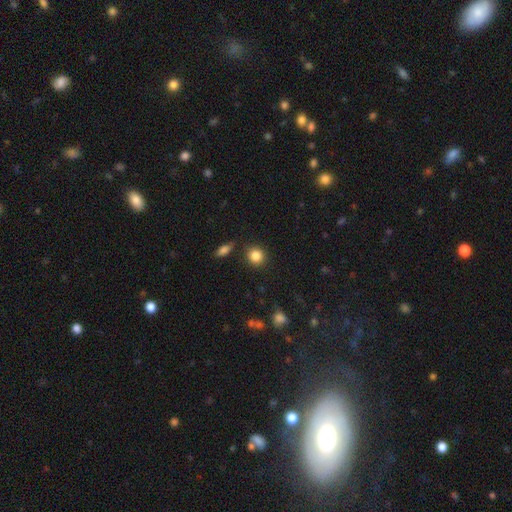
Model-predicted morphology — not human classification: Smooth or featured?
  - smooth: 85% *
  - star or artifact: 10%
  - featured or disk: 5%
How rounded?
  - round: 86% *
  - in between: 12%
  - cigar-shaped: 1%
Merging?
  - none: 86% *
  - minor disturbance: 9%
  - merger: 3%
  - major disturbance: 3%